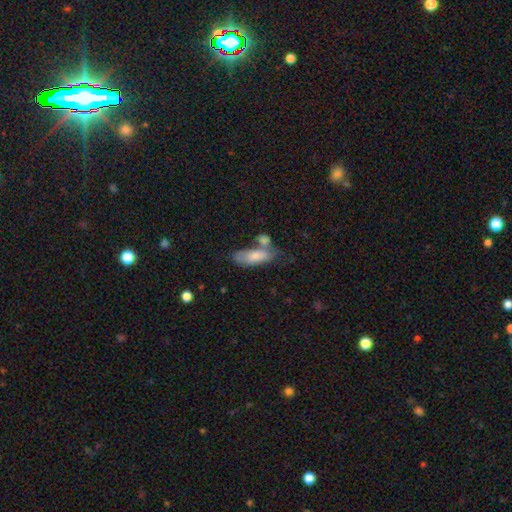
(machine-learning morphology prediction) This is likely a smooth galaxy (74%). How rounded: likely in between (76%). Merging: marginally merger (39%).